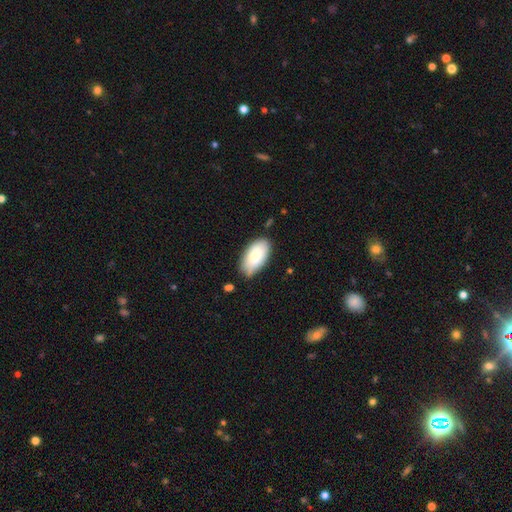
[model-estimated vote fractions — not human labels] The model was most divided on "merging": none: 76%, minor disturbance: 19%, major disturbance: 3%, merger: 2%. More confident: how rounded — in between (95%); smooth or featured — smooth (82%).